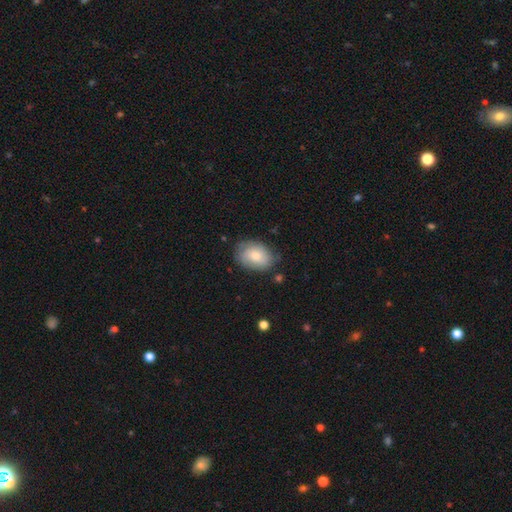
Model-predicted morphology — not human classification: Smooth or featured? smooth (70%)
How rounded? in between (78%)
Merging? none (72%)